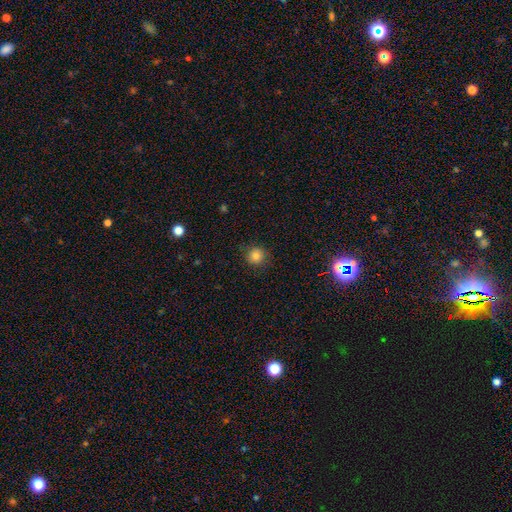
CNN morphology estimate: A smooth galaxy with no disk features (81%) that is round (92%).

Vote fractions:
- Smooth or featured? smooth: 81% / star or artifact: 13% / featured or disk: 7%
- How rounded? round: 92% / in between: 7% / cigar-shaped: 1%
- Merging? none: 85% / minor disturbance: 11% / major disturbance: 3% / merger: 1%